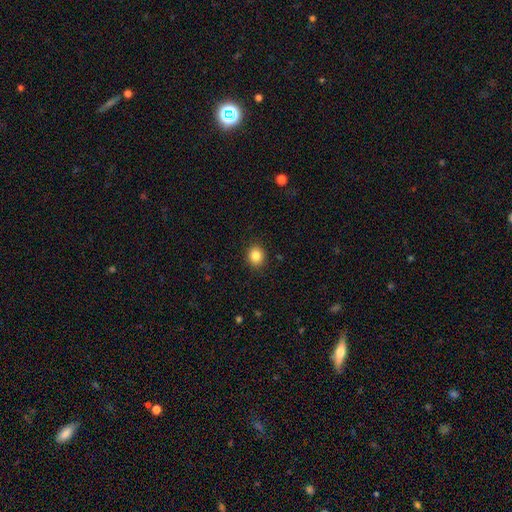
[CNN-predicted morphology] type=smooth (85%); roundness=round (72%); merging=none (90%).